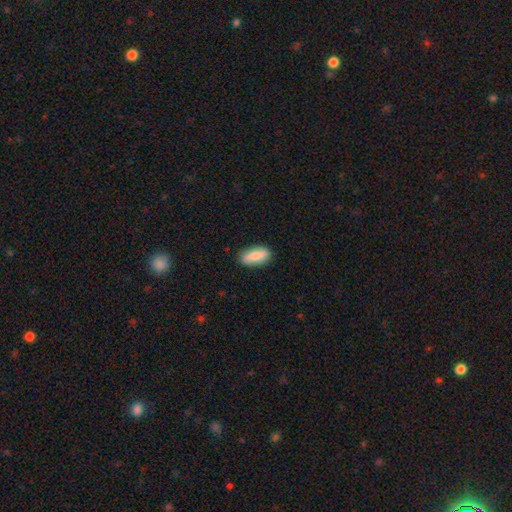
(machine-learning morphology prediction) Smooth or featured?
  - smooth: 75% *
  - featured or disk: 19%
  - star or artifact: 6%
How rounded?
  - in between: 79% *
  - cigar-shaped: 18%
  - round: 3%
Merging?
  - none: 85% *
  - minor disturbance: 11%
  - major disturbance: 2%
  - merger: 1%